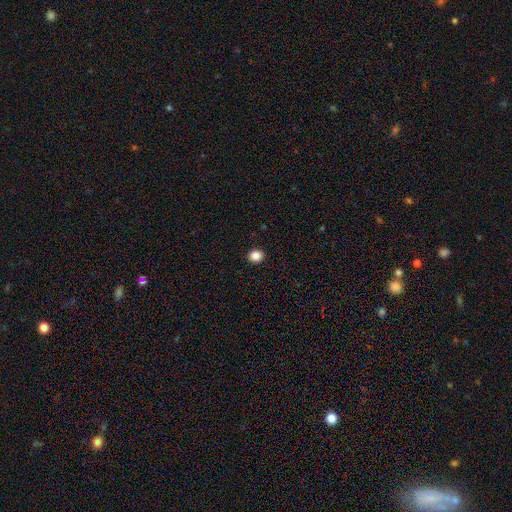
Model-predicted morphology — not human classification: Smooth or featured: smooth — 86% (star or artifact — 10%)
How rounded: round — 76% (in between — 23%)
Merging: none — 93% (minor disturbance — 5%)